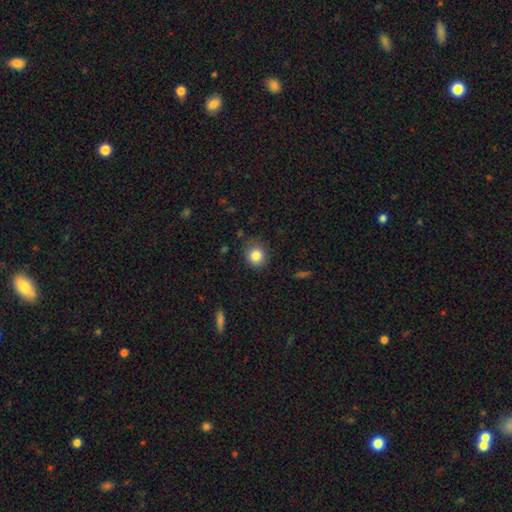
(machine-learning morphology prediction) Q: Smooth or featured?
A: smooth (83%); runner-up: star or artifact (10%)
Q: How rounded?
A: round (80%); runner-up: in between (19%)
Q: Merging?
A: none (82%); runner-up: minor disturbance (14%)